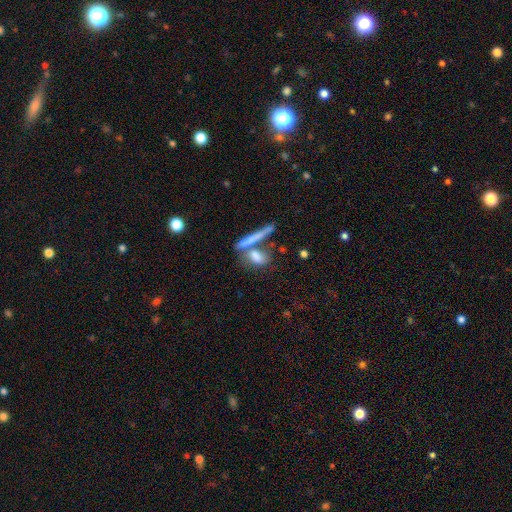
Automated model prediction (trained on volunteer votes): A smooth galaxy with no disk features (64%) that is cigar-shaped (49%). Merging: none (45%).